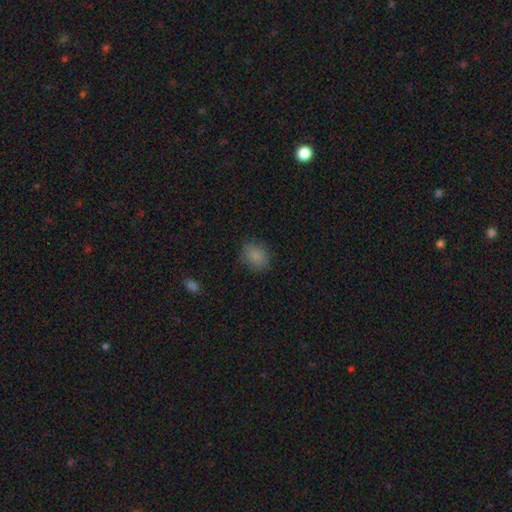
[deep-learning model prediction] smooth 85%, star or artifact 11%, featured or disk 5%. Down the decision tree: how rounded — round (55%); merging — none (81%).